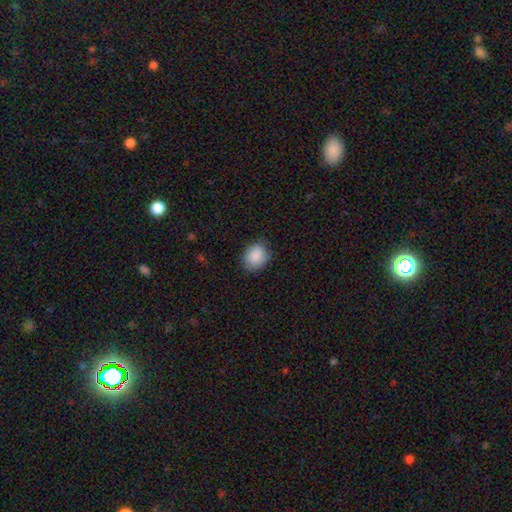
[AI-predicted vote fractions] Smooth or featured? Predicted: smooth (p=0.89). How rounded? Predicted: round (p=0.50). Merging? Predicted: none (p=0.81).